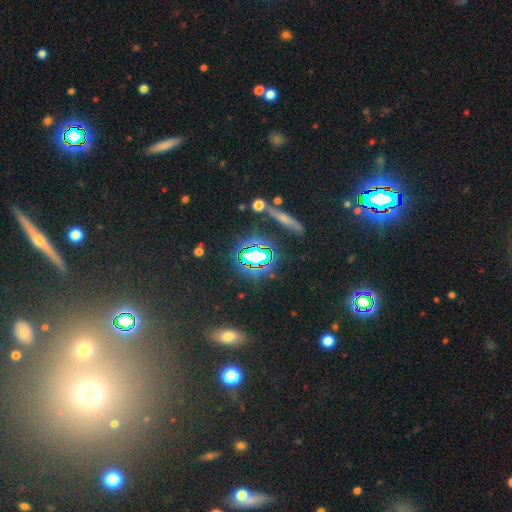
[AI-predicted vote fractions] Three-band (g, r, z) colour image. It shows a star or artifact, not a galaxy (65%).